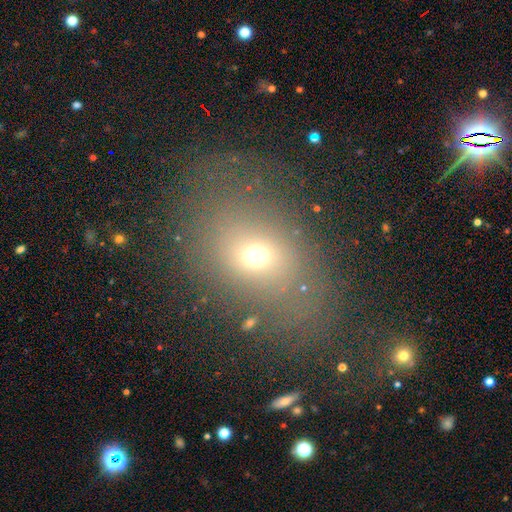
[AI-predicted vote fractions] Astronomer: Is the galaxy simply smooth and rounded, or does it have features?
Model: smooth — 61%.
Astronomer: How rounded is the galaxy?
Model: in between — 61% (runner-up: round, 37%).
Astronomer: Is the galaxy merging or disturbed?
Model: none — 69%.